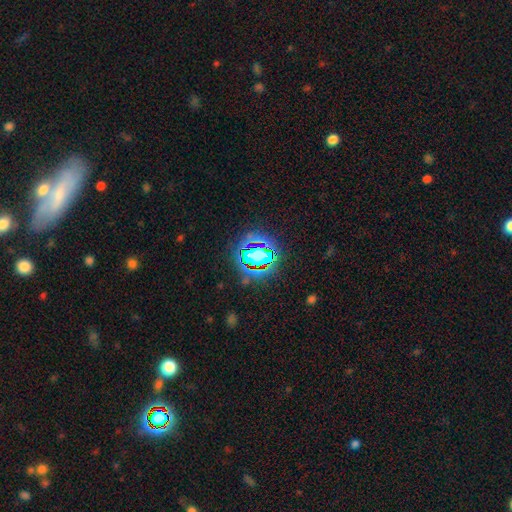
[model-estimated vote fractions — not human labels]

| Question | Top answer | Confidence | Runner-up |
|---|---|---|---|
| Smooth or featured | star or artifact | 57% | smooth (28%) |